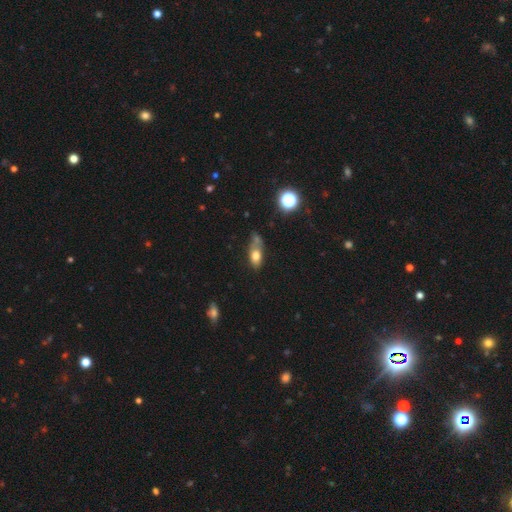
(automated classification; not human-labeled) Smooth or featured: smooth — 71% (featured or disk — 17%)
How rounded: in between — 77% (round — 14%)
Merging: none — 34% (minor disturbance — 27%)